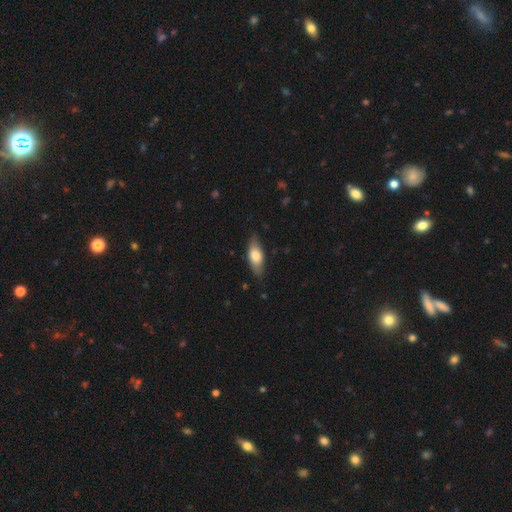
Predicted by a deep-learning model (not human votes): smooth 70%, featured or disk 24%, star or artifact 6%. Down the decision tree: how rounded — in between (75%); merging — none (80%).